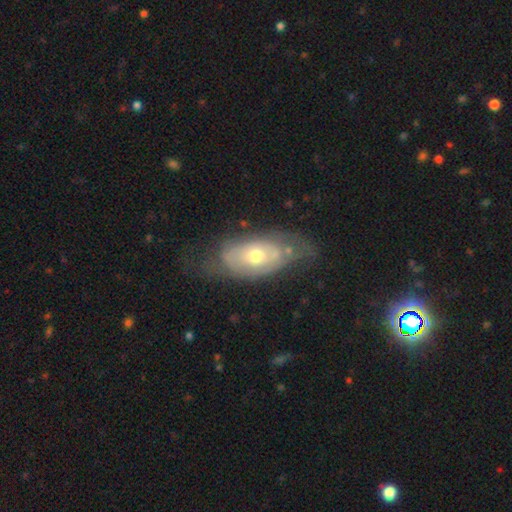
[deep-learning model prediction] The model was most divided on "spiral arms": yes: 55%, no: 45%. More confident: edge-on disk — no (88%); bar — no (82%); smooth or featured — featured or disk (63%); bulge size — moderate (61%); merging — none (54%).